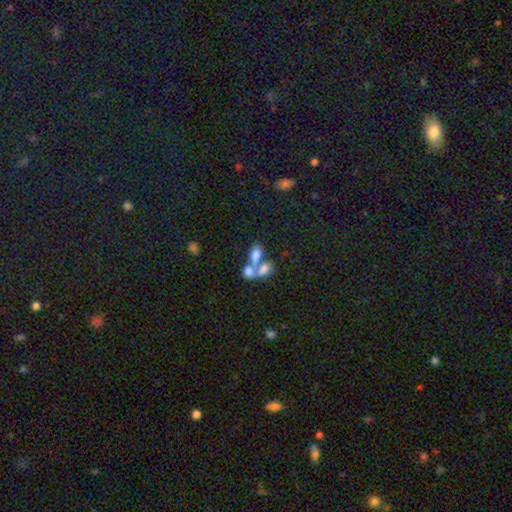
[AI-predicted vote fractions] smooth 70%, featured or disk 19%, star or artifact 12%. Down the decision tree: how rounded — in between (86%); merging — merger (64%).